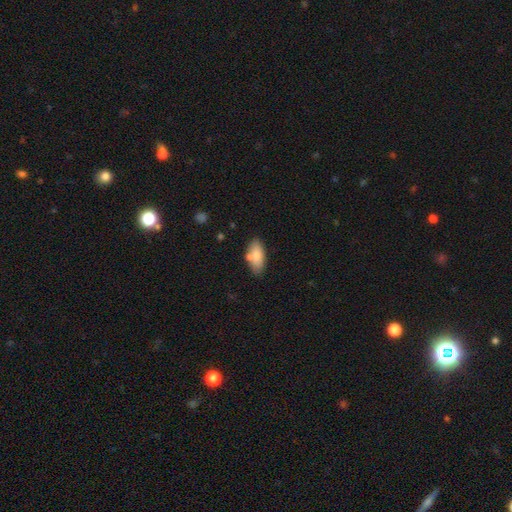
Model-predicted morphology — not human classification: This is clearly a smooth galaxy (80%). How rounded: clearly in between (87%). Merging: likely none (70%).